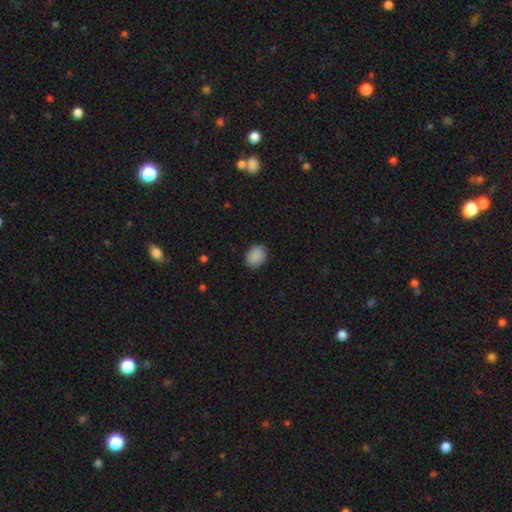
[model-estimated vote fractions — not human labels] Q: Smooth or featured?
A: smooth (89%); runner-up: star or artifact (8%)
Q: How rounded?
A: in between (62%); runner-up: round (37%)
Q: Merging?
A: none (86%); runner-up: minor disturbance (11%)